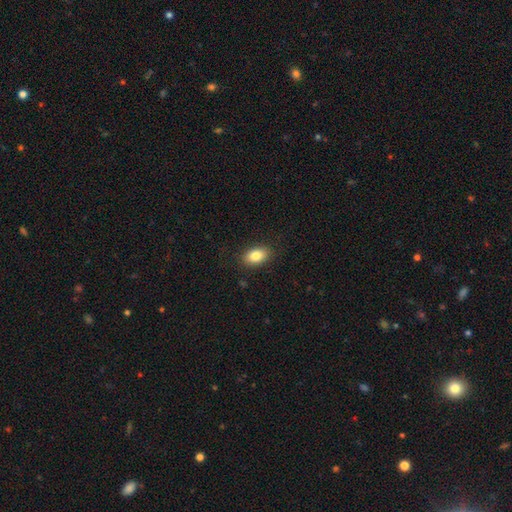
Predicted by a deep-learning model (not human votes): Smooth or featured? Predicted: smooth (p=0.83). How rounded? Predicted: in between (p=0.87). Merging? Predicted: none (p=0.88).